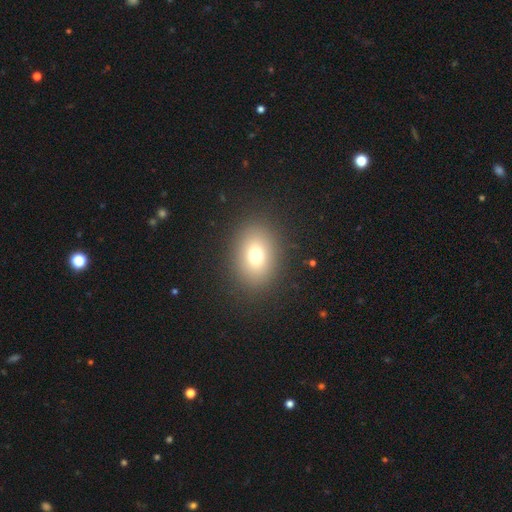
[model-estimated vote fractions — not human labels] smooth-or-featured: smooth: 74% | star or artifact: 13% | featured or disk: 13%
  how-rounded: in between: 66% | round: 32% | cigar-shaped: 1%
  merging: none: 88% | minor disturbance: 7% | major disturbance: 3% | merger: 1%